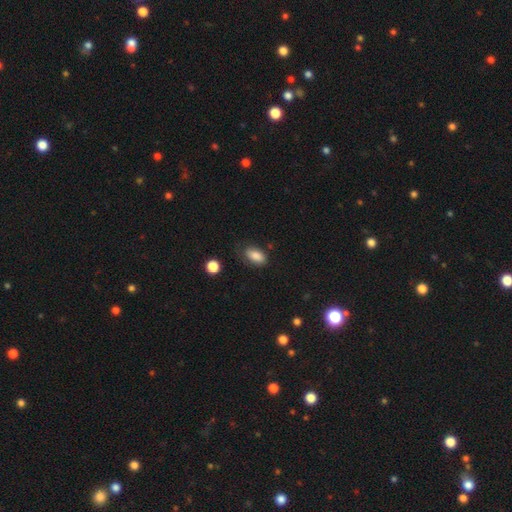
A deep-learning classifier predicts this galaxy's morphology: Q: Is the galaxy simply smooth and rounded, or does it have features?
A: smooth — 86%.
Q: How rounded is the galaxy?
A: in between — 91%.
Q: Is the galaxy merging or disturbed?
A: none — 70%.